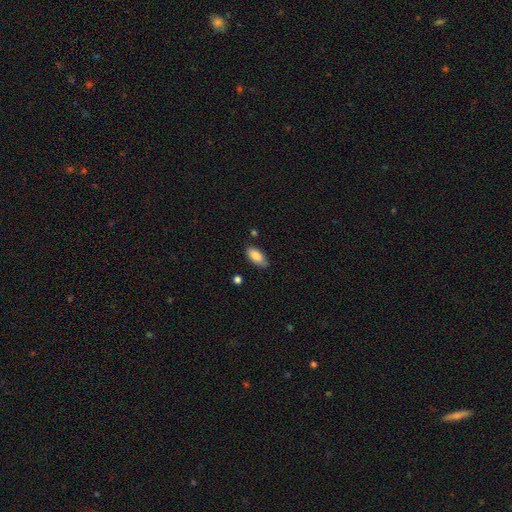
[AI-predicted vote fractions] smooth-or-featured: smooth: 83% | featured or disk: 10% | star or artifact: 7%
  how-rounded: in between: 90% | cigar-shaped: 8% | round: 2%
  merging: none: 76% | minor disturbance: 19% | major disturbance: 3% | merger: 3%